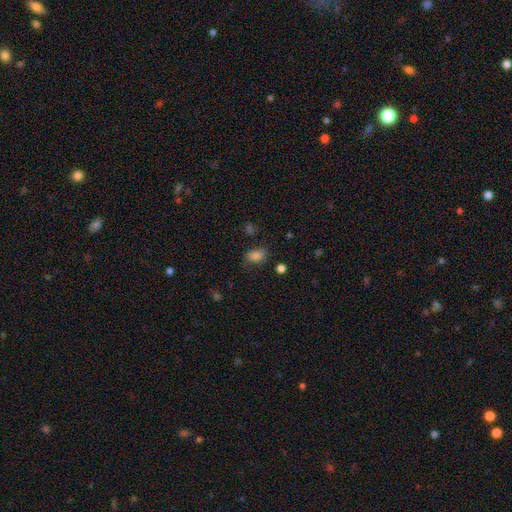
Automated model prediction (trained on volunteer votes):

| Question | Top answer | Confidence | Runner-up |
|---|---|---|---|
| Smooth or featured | smooth | 80% | star or artifact (12%) |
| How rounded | in between | 81% | round (18%) |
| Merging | none | 69% | minor disturbance (21%) |